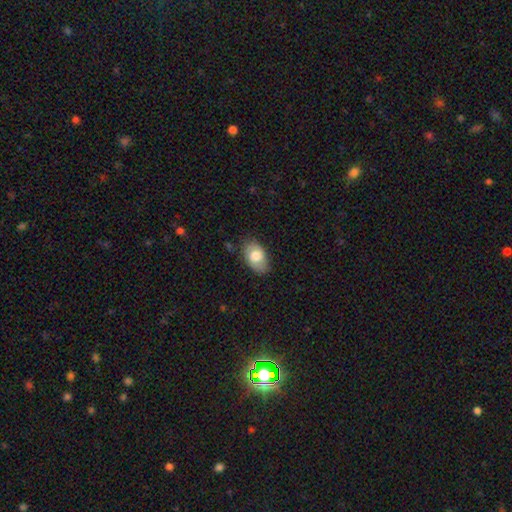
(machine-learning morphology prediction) Q: Smooth or featured?
A: smooth (75%); runner-up: featured or disk (18%)
Q: How rounded?
A: in between (90%); runner-up: round (9%)
Q: Merging?
A: none (76%); runner-up: minor disturbance (19%)